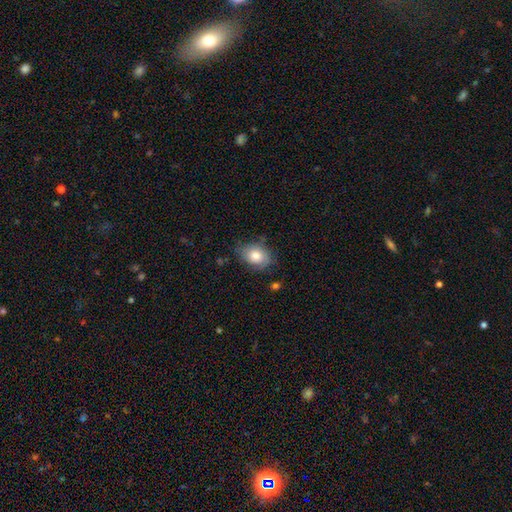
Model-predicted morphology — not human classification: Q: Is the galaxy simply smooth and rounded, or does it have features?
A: smooth — 77%.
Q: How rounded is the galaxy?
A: in between — 70%.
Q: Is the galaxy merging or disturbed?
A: none — 69%.